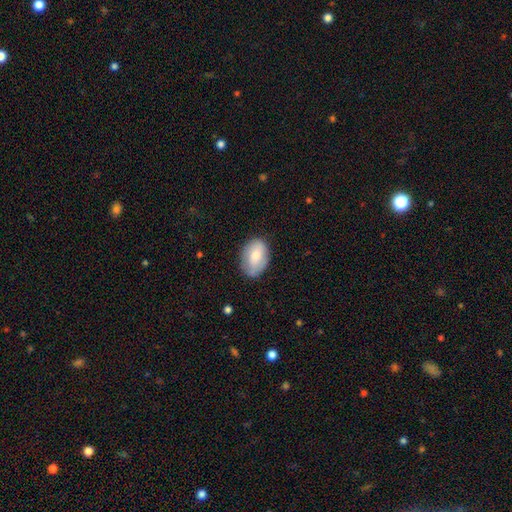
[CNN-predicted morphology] This is likely a smooth galaxy (73%). How rounded: clearly in between (82%). Merging: likely none (71%).